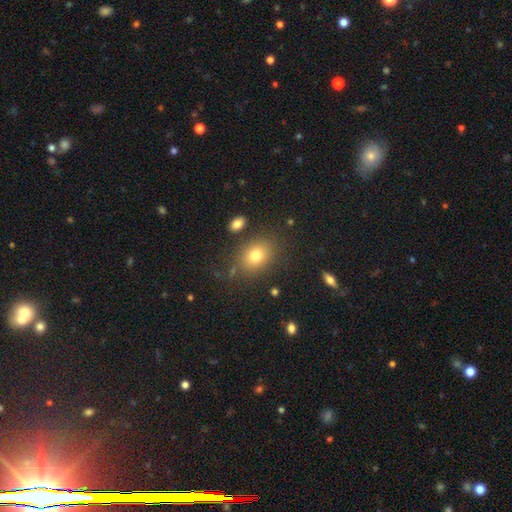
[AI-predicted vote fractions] Overall: smooth (77%). How rounded: in between (62%; round 37%). Merging: none (80%).